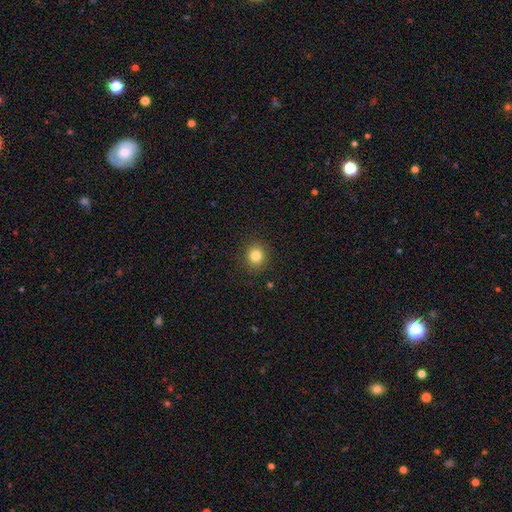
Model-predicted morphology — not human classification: A smooth galaxy with no disk features (82%) that is round (86%). Merging: none (91%).